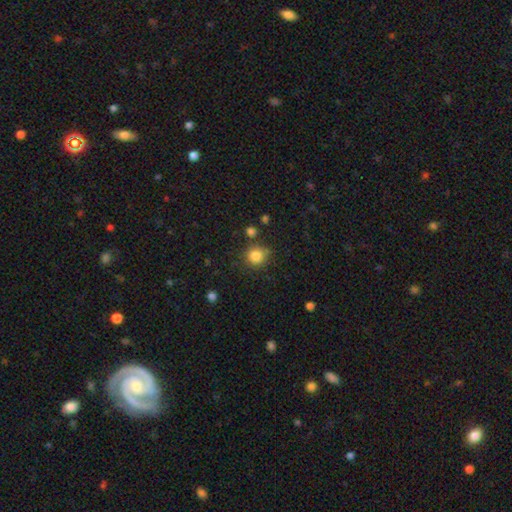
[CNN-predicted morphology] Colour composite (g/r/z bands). It shows a smooth galaxy with no disk features (84%) that is round (90%). Merging: none (78%).